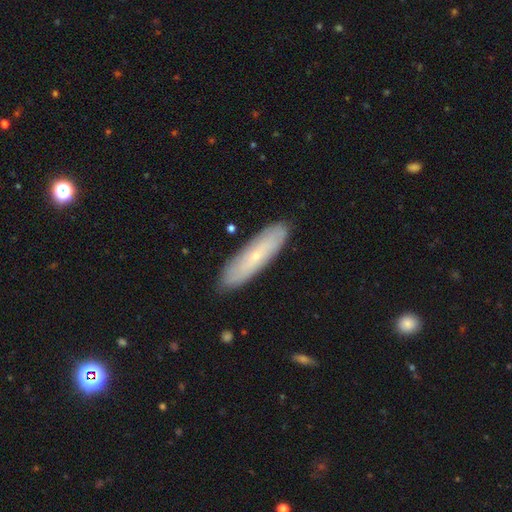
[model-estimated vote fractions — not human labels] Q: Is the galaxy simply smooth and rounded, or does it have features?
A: smooth — 50%.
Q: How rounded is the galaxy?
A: cigar-shaped — 69%.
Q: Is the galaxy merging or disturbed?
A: none — 87%.